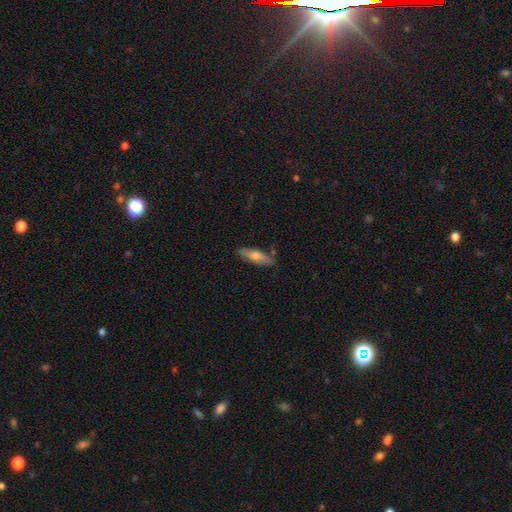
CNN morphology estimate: Smooth or featured?
  - smooth: 53% *
  - featured or disk: 40%
  - star or artifact: 7%
How rounded?
  - cigar-shaped: 60% *
  - in between: 38%
  - round: 3%
Merging?
  - none: 83% *
  - minor disturbance: 13%
  - major disturbance: 2%
  - merger: 2%